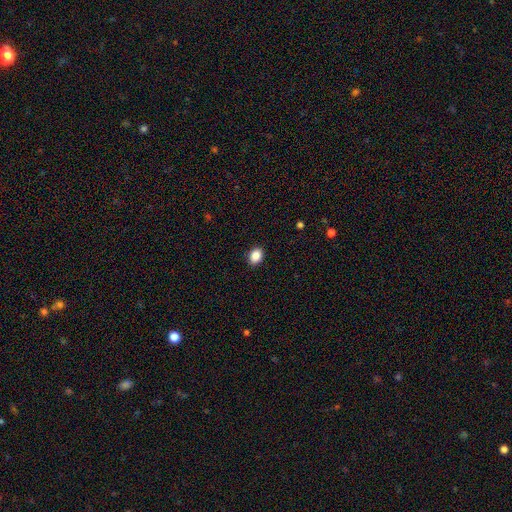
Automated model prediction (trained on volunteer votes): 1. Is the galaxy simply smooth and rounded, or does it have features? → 88% smooth, 9% star or artifact, 3% featured or disk.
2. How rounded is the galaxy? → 64% in between, 35% round, 1% cigar-shaped.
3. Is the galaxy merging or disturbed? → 89% none, 8% minor disturbance, 2% major disturbance, 1% merger.